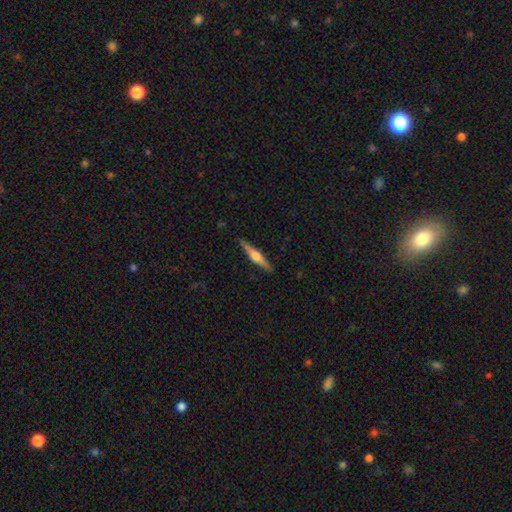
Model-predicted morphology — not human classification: featured or disk 66%, smooth 28%, star or artifact 5%. Down the decision tree: edge-on disk — yes (98%); edge-on bulge — rounded (92%); merging — none (91%).